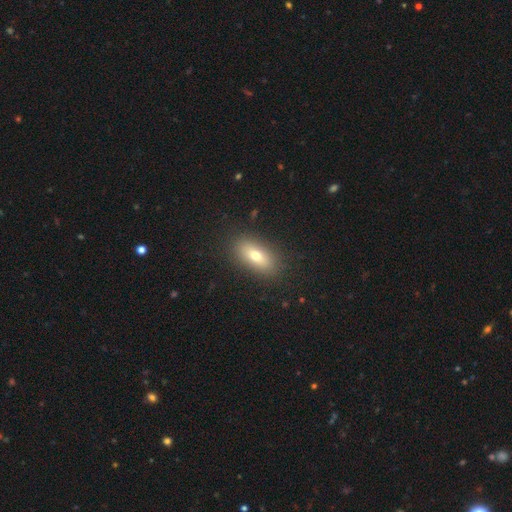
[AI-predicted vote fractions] Smooth or featured? Predicted: smooth (p=0.70). How rounded? Predicted: in between (p=0.82). Merging? Predicted: none (p=0.88).